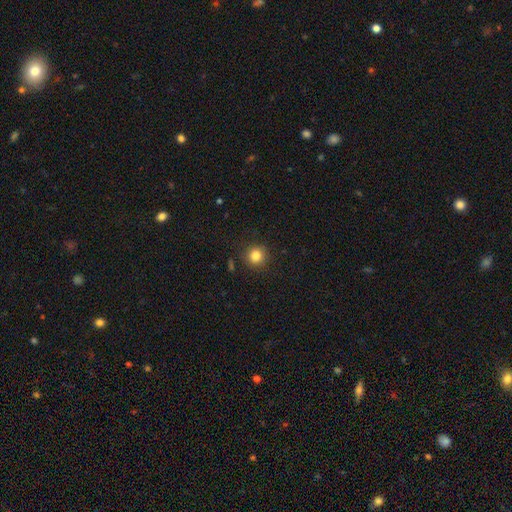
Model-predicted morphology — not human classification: A smooth galaxy with no disk features (84%) that is round (92%).

Vote fractions:
- Smooth or featured? smooth: 84% / star or artifact: 11% / featured or disk: 5%
- How rounded? round: 92% / in between: 7% / cigar-shaped: 1%
- Merging? none: 88% / minor disturbance: 8% / major disturbance: 2% / merger: 2%